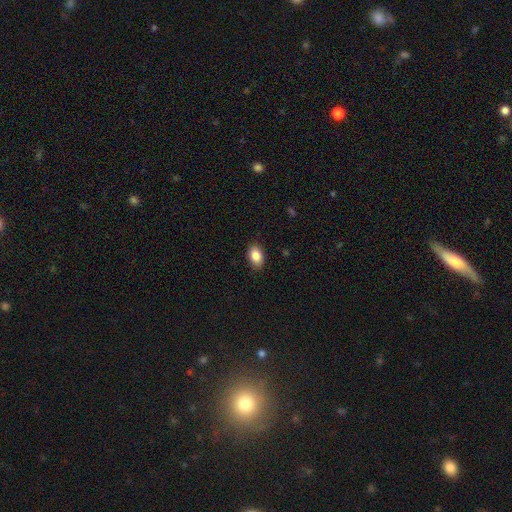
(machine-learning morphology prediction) This appears to be a smooth galaxy with no disk features (87%) that is in between round and cigar-shaped (87%). Merging: none (87%).